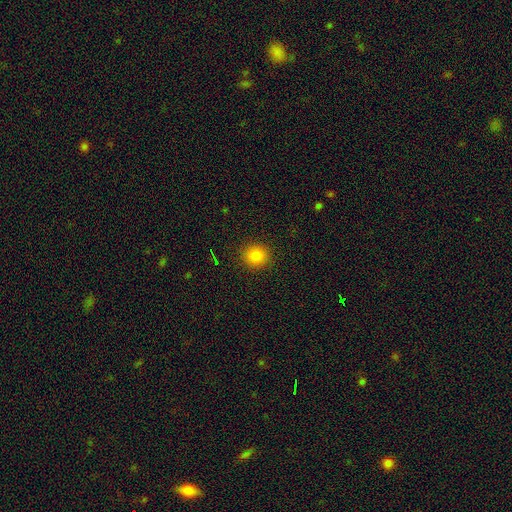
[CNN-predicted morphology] smooth_or_featured: smooth (p=0.82) [alt: star or artifact p=0.13]
how_rounded: round (p=0.87) [alt: in between p=0.12]
merging: none (p=0.91) [alt: minor disturbance p=0.06]